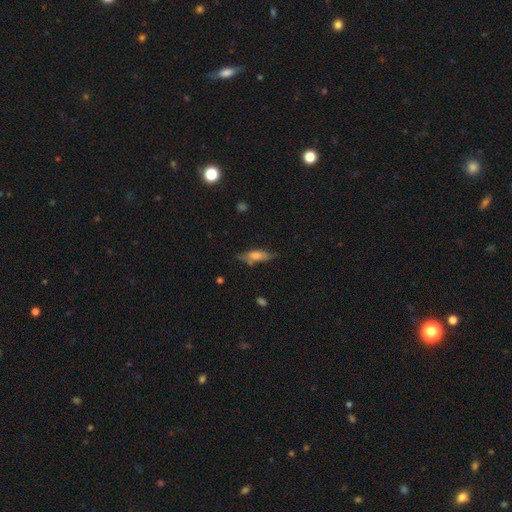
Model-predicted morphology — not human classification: type=smooth (58%); roundness=in between (51%); merging=none (62%).